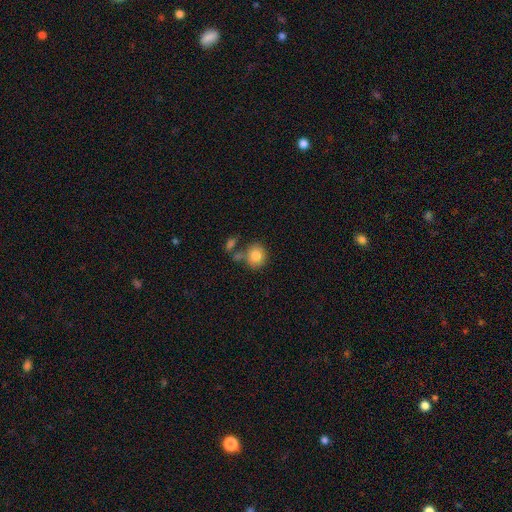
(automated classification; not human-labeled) Overall: smooth (83%). How rounded: round (75%). Merging: none (61%).